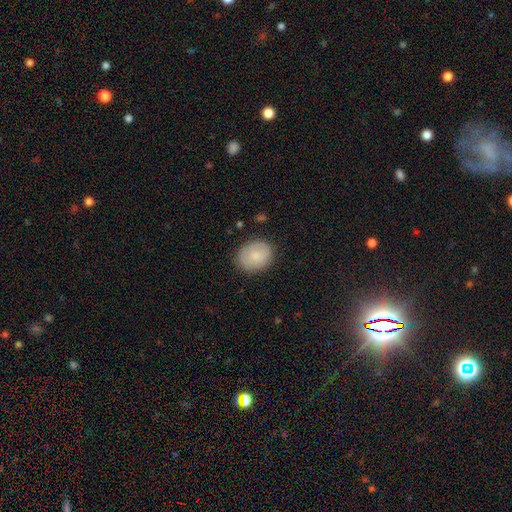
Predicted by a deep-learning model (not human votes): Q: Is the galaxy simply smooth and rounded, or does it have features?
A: smooth — 77%.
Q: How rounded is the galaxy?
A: round — 54%.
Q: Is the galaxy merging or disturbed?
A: none — 83%.